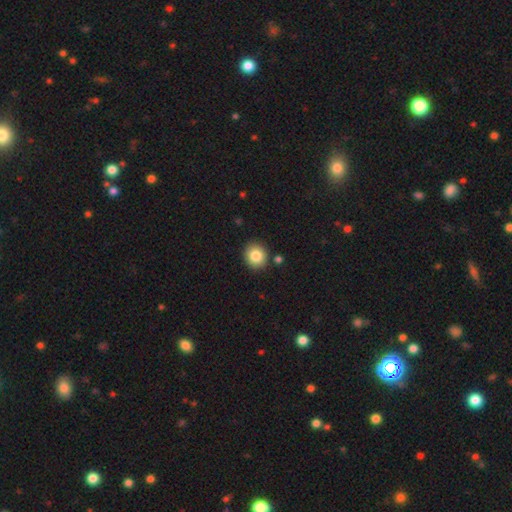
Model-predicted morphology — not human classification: smooth-or-featured: smooth: 83% | star or artifact: 10% | featured or disk: 7%
  how-rounded: round: 83% | in between: 16% | cigar-shaped: 1%
  merging: none: 88% | minor disturbance: 7% | merger: 3% | major disturbance: 2%